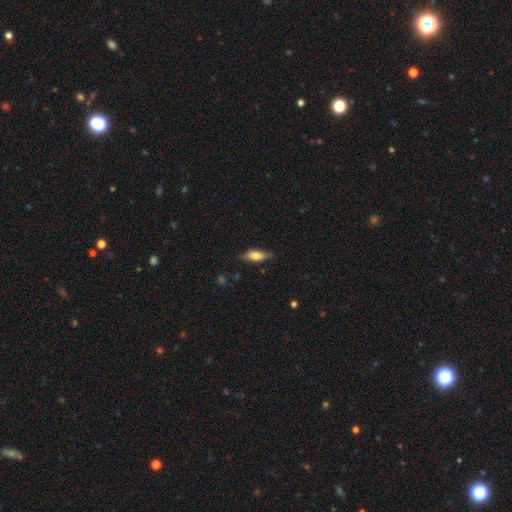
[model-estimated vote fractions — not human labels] A smooth galaxy with no disk features (70%) that is in between round and cigar-shaped (65%).

Vote fractions:
- Smooth or featured? smooth: 70% / featured or disk: 24% / star or artifact: 7%
- How rounded? in between: 65% / cigar-shaped: 33% / round: 2%
- Merging? none: 78% / minor disturbance: 18% / major disturbance: 3% / merger: 1%